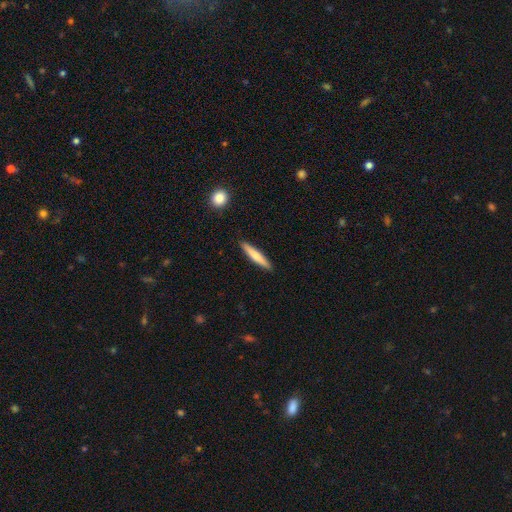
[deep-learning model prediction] Q: Smooth or featured?
A: smooth (63%); runner-up: featured or disk (32%)
Q: How rounded?
A: cigar-shaped (92%); runner-up: in between (7%)
Q: Merging?
A: none (91%); runner-up: minor disturbance (6%)